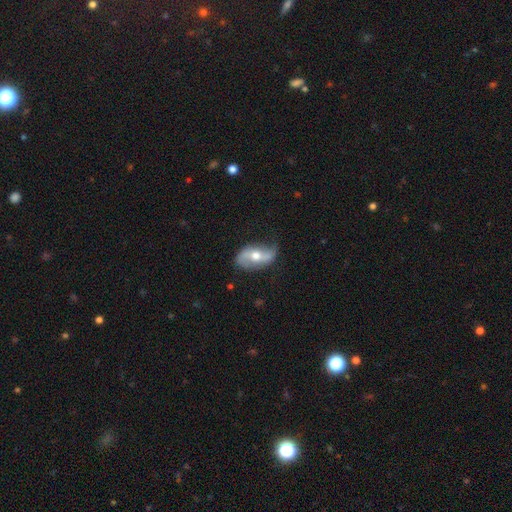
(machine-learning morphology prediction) This is likely a featured or disk galaxy (75%). It is clearly not viewed edge-on (93%). Bar: marginally no (43%). Spiral arm pattern: clearly yes (88%). Spiral arm count: clearly 2 (90%). Spiral winding: likely loose (75%). Central bulge: likely moderate (73%). Merging: likely none (69%).